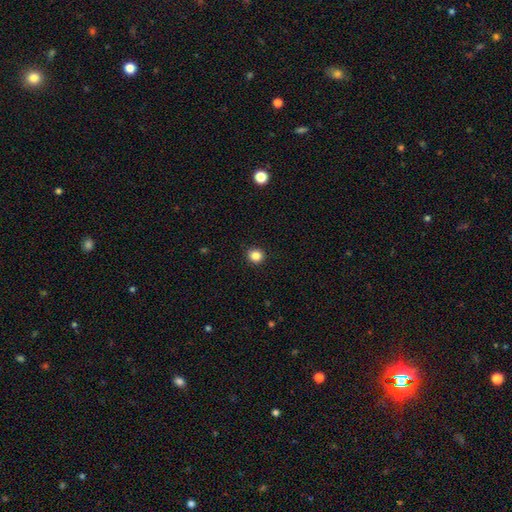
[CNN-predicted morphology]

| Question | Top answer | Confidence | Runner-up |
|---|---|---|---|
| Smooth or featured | smooth | 85% | star or artifact (11%) |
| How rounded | round | 88% | in between (11%) |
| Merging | none | 91% | minor disturbance (6%) |